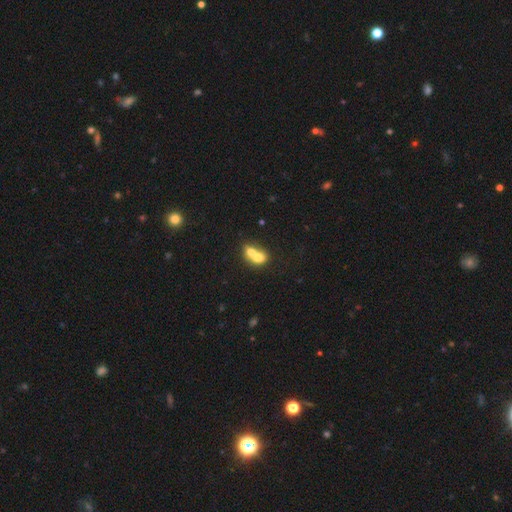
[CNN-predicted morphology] A smooth galaxy with no disk features (66%) that is in between round and cigar-shaped (52%).

Vote fractions:
- Smooth or featured? smooth: 66% / featured or disk: 24% / star or artifact: 9%
- How rounded? in between: 52% / round: 47% / cigar-shaped: 2%
- Merging? merger: 74% / none: 18% / minor disturbance: 5% / major disturbance: 3%